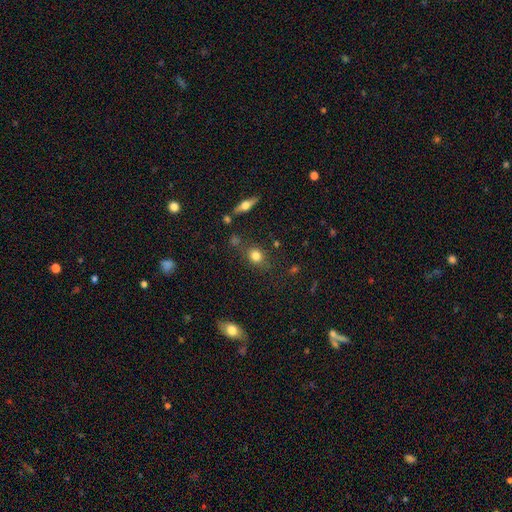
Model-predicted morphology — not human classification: This is likely a smooth galaxy (78%). How rounded: likely round (70%). Merging: likely none (77%).